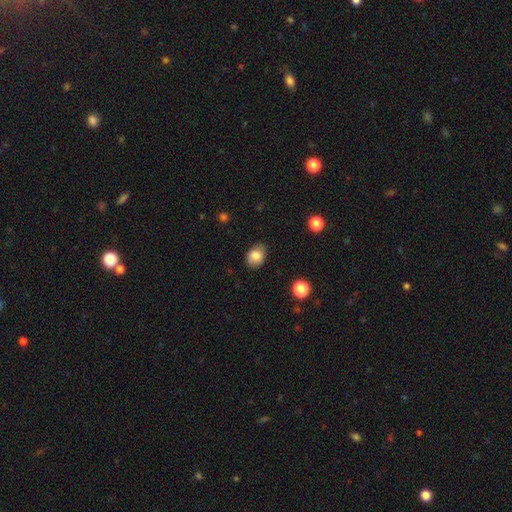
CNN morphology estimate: A smooth galaxy with no disk features (84%) that is in between round and cigar-shaped (59%). Merging: none (77%).